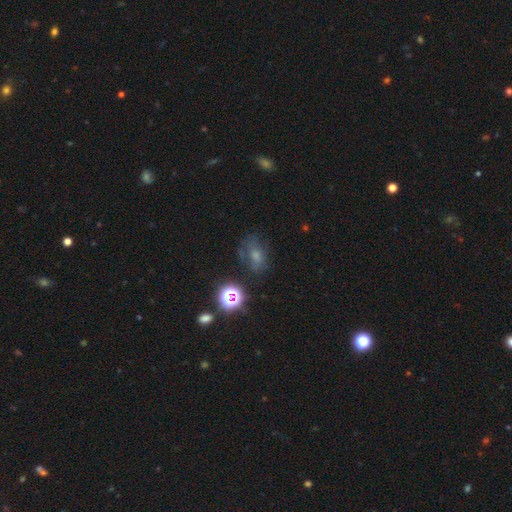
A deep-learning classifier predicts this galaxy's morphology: smooth_or_featured: smooth (p=0.50) [alt: star or artifact p=0.26]
how_rounded: in between (p=0.68) [alt: round p=0.30]
merging: none (p=0.53) [alt: minor disturbance p=0.25]